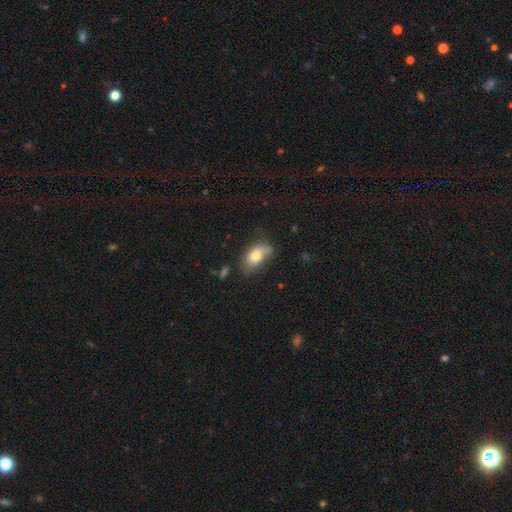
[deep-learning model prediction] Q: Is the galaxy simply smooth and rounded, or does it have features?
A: smooth — 73%.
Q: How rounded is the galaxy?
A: in between — 89%.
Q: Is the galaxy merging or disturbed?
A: none — 49%.